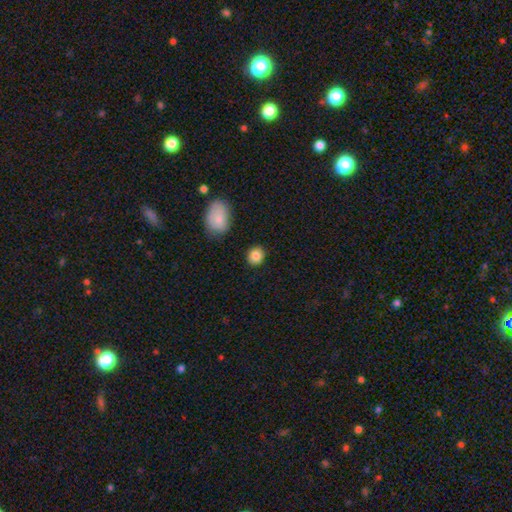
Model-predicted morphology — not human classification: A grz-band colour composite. It shows a smooth galaxy with no disk features (86%) that is round (77%). Merging: none (88%).